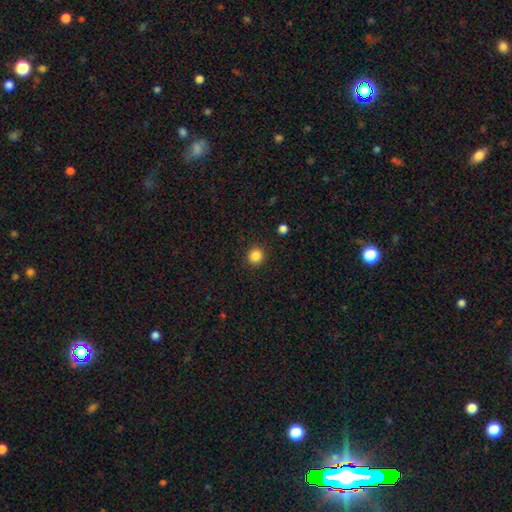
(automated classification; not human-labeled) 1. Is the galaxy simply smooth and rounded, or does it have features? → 85% smooth, 11% star or artifact, 4% featured or disk.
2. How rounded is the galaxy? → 93% round, 6% in between, 1% cigar-shaped.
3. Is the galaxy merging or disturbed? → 92% none, 5% minor disturbance, 2% major disturbance, 1% merger.